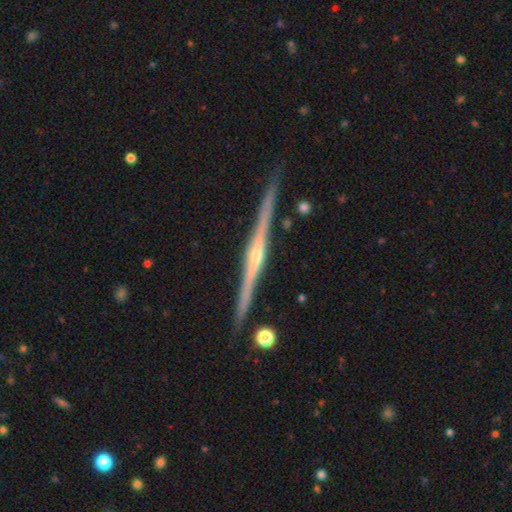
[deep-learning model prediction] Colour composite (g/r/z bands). It shows a featured or disk galaxy (84%) viewed edge-on (98%) with a rounded central bulge (72%). Merging: none (87%).